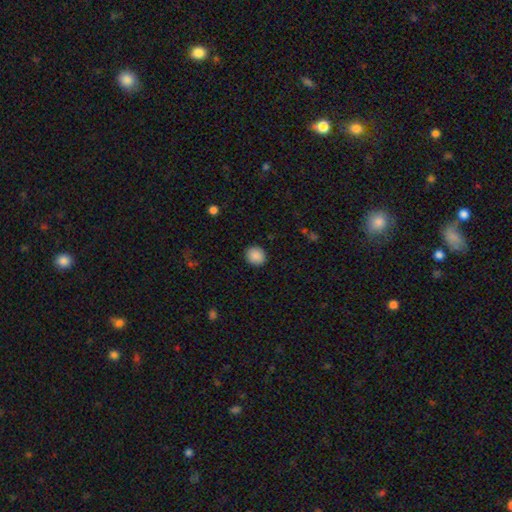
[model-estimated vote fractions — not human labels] smooth-or-featured: smooth: 89% | star or artifact: 8% | featured or disk: 3%
  how-rounded: round: 79% | in between: 21% | cigar-shaped: 1%
  merging: none: 91% | minor disturbance: 6% | major disturbance: 2% | merger: 1%